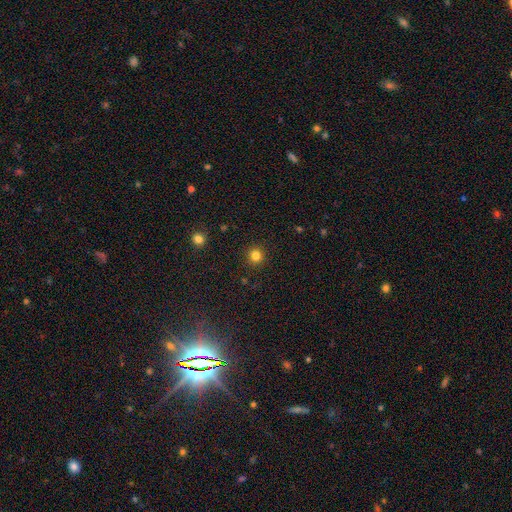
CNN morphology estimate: smooth-or-featured: smooth: 82% | star or artifact: 13% | featured or disk: 5%
  how-rounded: round: 94% | in between: 5% | cigar-shaped: 1%
  merging: none: 92% | minor disturbance: 5% | major disturbance: 2% | merger: 1%